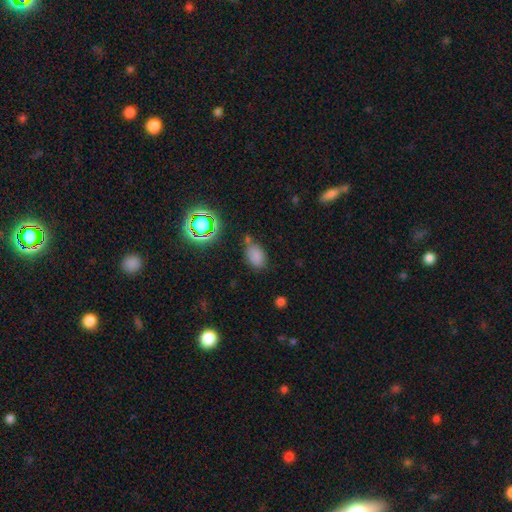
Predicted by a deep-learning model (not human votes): Overall: smooth (74%). How rounded: in between (83%). Merging: none (63%).